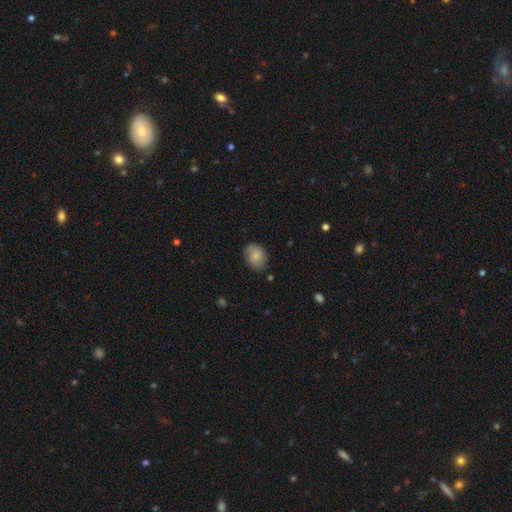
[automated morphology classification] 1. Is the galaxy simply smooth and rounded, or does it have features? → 79% smooth, 14% featured or disk, 8% star or artifact.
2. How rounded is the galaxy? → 73% in between, 26% round, 1% cigar-shaped.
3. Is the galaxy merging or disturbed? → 74% none, 20% minor disturbance, 4% major disturbance, 2% merger.